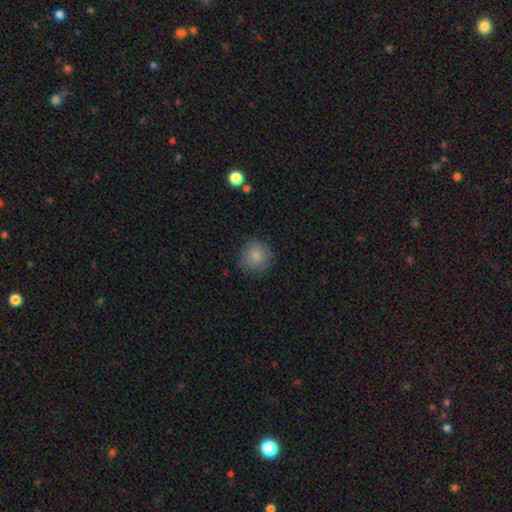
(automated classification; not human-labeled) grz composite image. It shows a smooth galaxy with no disk features (82%) that is round (92%). Merging: none (83%).